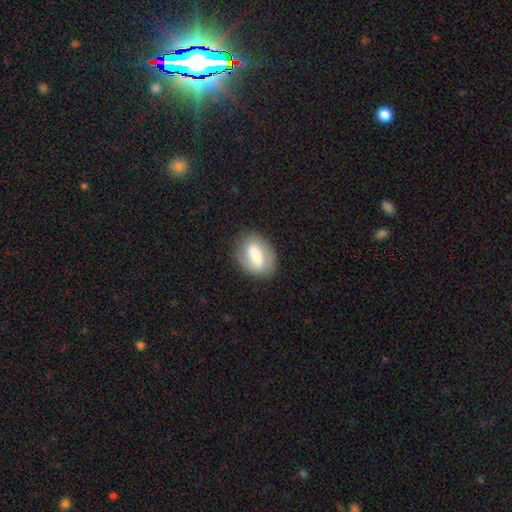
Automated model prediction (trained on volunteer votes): smooth 65%, featured or disk 28%, star or artifact 7%. Down the decision tree: how rounded — in between (82%); merging — none (79%).